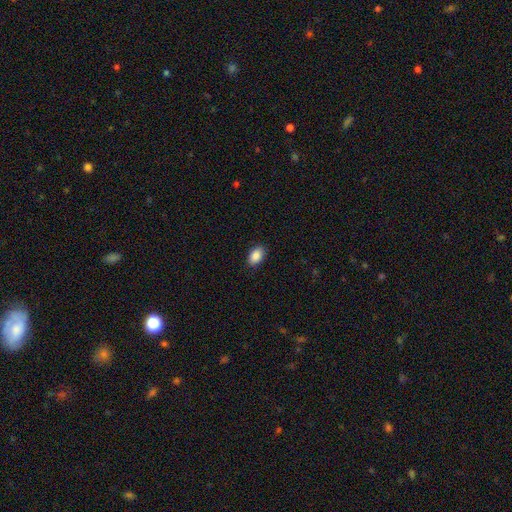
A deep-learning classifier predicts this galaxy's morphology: Smooth or featured?
  - smooth: 89% *
  - star or artifact: 7%
  - featured or disk: 4%
How rounded?
  - in between: 91% *
  - round: 8%
  - cigar-shaped: 1%
Merging?
  - none: 88% *
  - minor disturbance: 9%
  - major disturbance: 2%
  - merger: 1%